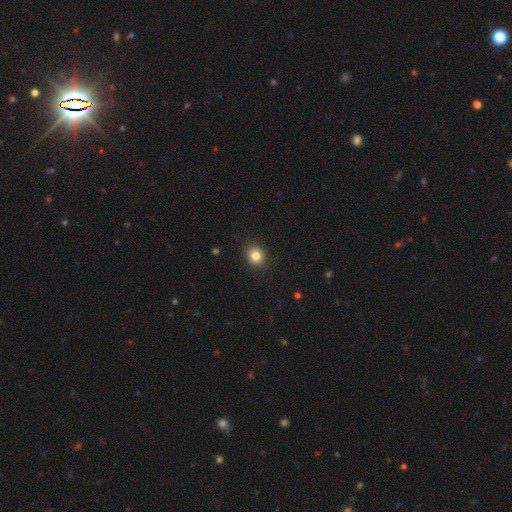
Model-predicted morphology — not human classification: A smooth galaxy with no disk features (83%) that is round (71%).

Vote fractions:
- Smooth or featured? smooth: 83% / star or artifact: 11% / featured or disk: 6%
- How rounded? round: 71% / in between: 28% / cigar-shaped: 1%
- Merging? none: 89% / minor disturbance: 8% / major disturbance: 2% / merger: 1%